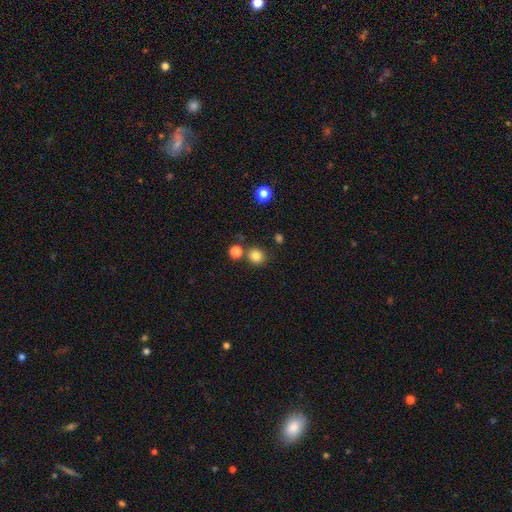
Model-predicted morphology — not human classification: type=smooth (83%); roundness=round (85%); merging=none (77%).